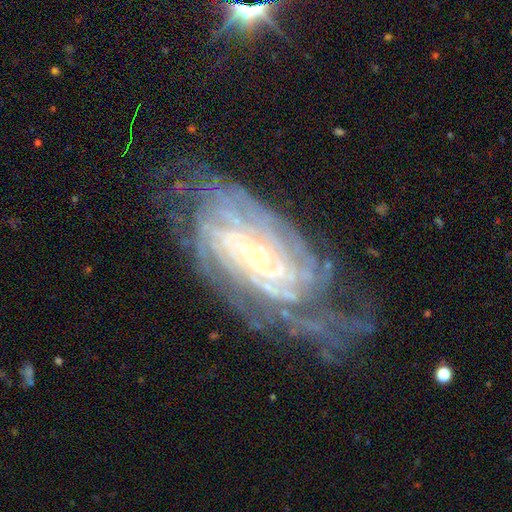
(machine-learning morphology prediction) This appears to be a featured or disk galaxy (89%) with no bar (52%), tight (76%) spiral arms (97%) and a small central bulge (65%). Merging: none (65%).